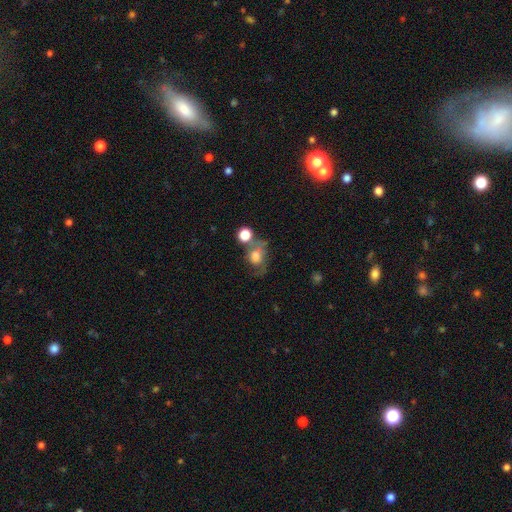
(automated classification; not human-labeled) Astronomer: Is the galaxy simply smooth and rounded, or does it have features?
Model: smooth — 58%.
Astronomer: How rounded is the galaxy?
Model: round — 56% (runner-up: in between, 43%).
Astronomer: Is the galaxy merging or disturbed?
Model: none — 35% (runner-up: merger, 24%).